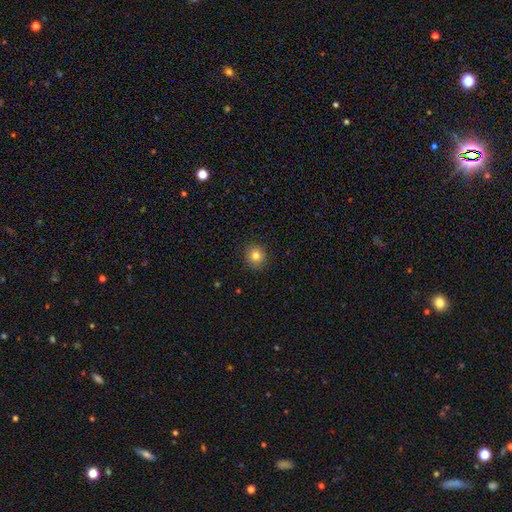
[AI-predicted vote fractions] Smooth or featured? Predicted: smooth (p=0.81). How rounded? Predicted: round (p=0.92). Merging? Predicted: none (p=0.91).